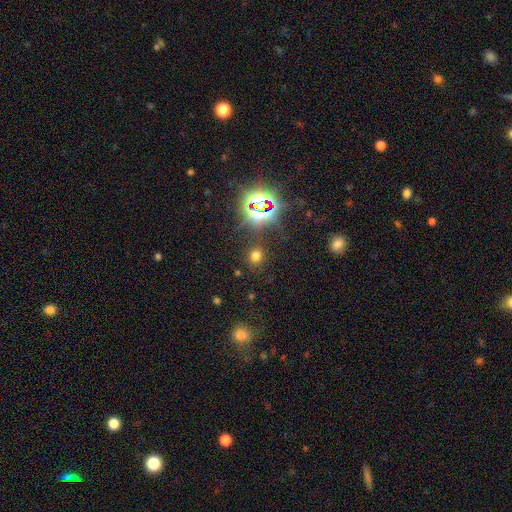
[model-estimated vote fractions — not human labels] Morphology: type=smooth (62%); roundness=round (79%); merging=none (85%).